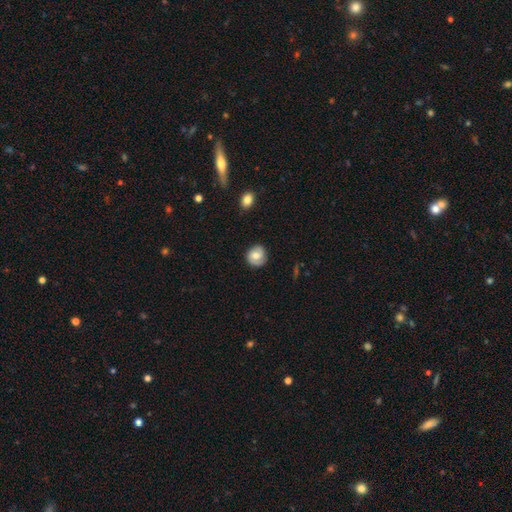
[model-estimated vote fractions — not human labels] This appears to be a smooth galaxy with no disk features (55%) that is round (85%). Merging: none (81%).